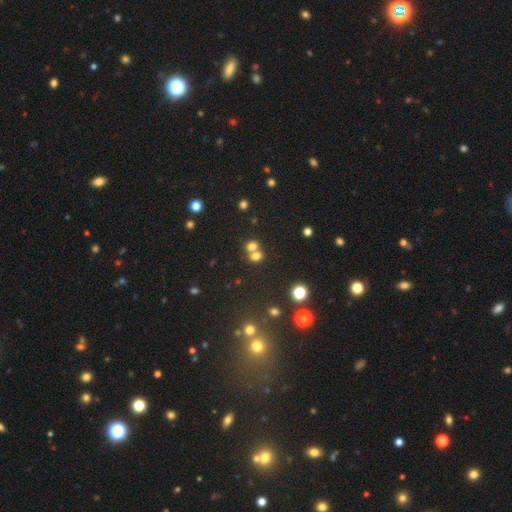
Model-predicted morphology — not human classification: smooth-or-featured: smooth: 70% | star or artifact: 20% | featured or disk: 11%
  how-rounded: round: 58% | in between: 41% | cigar-shaped: 1%
  merging: merger: 54% | none: 36% | minor disturbance: 7% | major disturbance: 3%